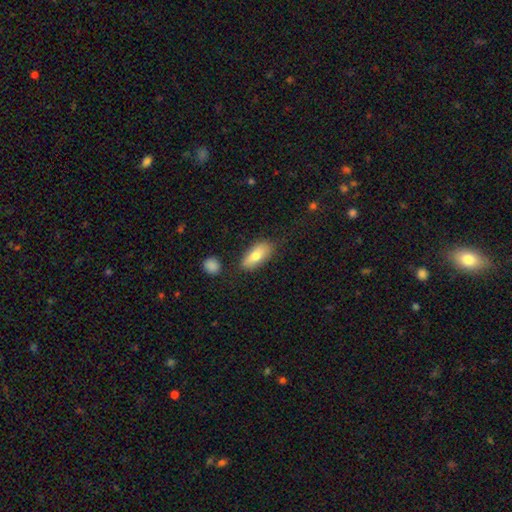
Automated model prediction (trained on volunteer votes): Smooth or featured? smooth (76%)
How rounded? in between (85%)
Merging? none (75%)